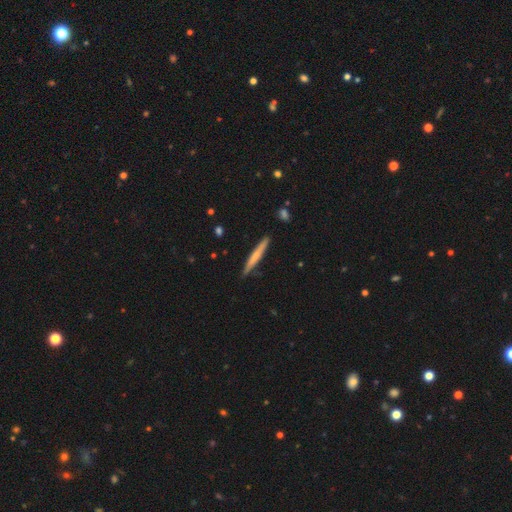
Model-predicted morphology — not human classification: This is possibly a smooth galaxy (57%). How rounded: clearly cigar-shaped (96%). Merging: clearly none (87%).